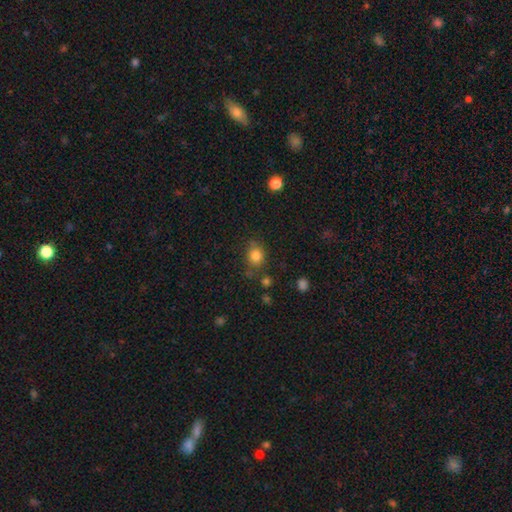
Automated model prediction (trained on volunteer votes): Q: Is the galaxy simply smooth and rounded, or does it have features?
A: smooth — 83%.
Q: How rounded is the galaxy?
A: round — 62%.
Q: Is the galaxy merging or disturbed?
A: none — 71%.